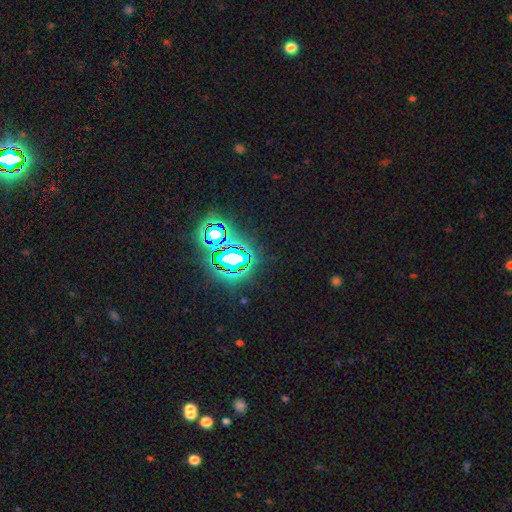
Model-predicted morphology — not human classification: This is likely a star or artifact rather than a galaxy (79%).